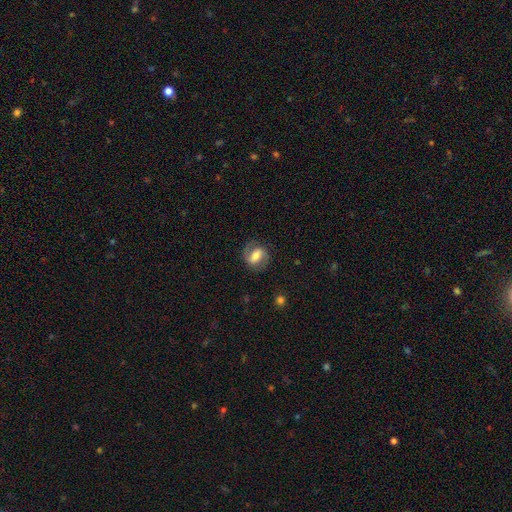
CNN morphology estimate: smooth-or-featured: featured or disk: 61% | smooth: 31% | star or artifact: 8%
  disk-edge-on: no: 97% | yes: 3%
    bar: weak: 40% | strong: 36% | no: 23%
    has-spiral-arms: yes: 87% | no: 13%
      spiral-winding: medium: 48% | tight: 30% | loose: 22%
      spiral-arm-count: 2: 83% | 1: 8% | can't tell: 6% | 3: 1% | 4: 1% | more than 4: 1%
    bulge-size: moderate: 53% | large: 22% | small: 19% | none: 4% | dominant: 3%
  merging: none: 76% | minor disturbance: 15% | major disturbance: 8% | merger: 1%